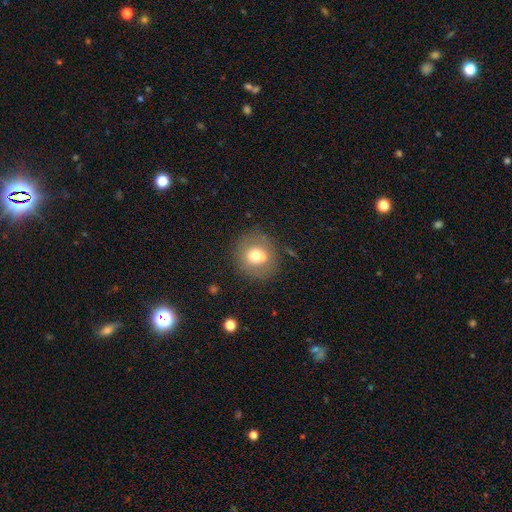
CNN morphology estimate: smooth 66%, featured or disk 23%, star or artifact 11%. Down the decision tree: how rounded — round (87%); merging — none (62%).